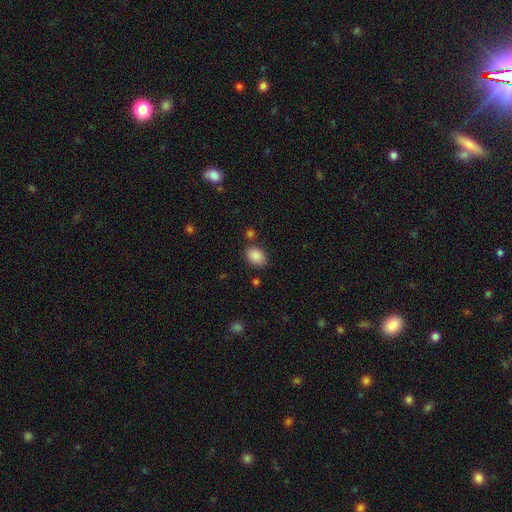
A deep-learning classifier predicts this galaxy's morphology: smooth-or-featured: smooth: 88% | star or artifact: 8% | featured or disk: 4%
  how-rounded: in between: 76% | round: 23% | cigar-shaped: 1%
  merging: none: 79% | minor disturbance: 12% | merger: 5% | major disturbance: 4%